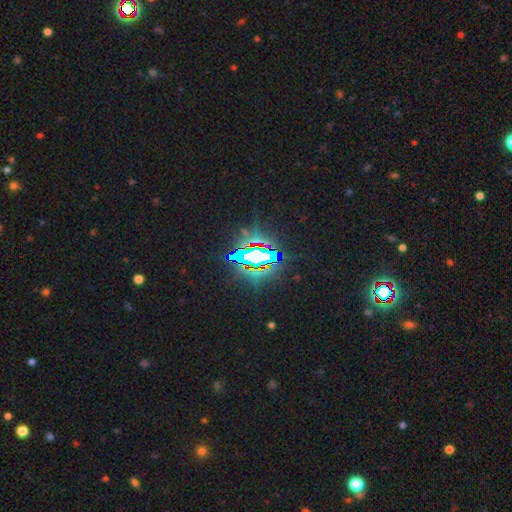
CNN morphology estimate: A star or artifact, not a galaxy (67%).